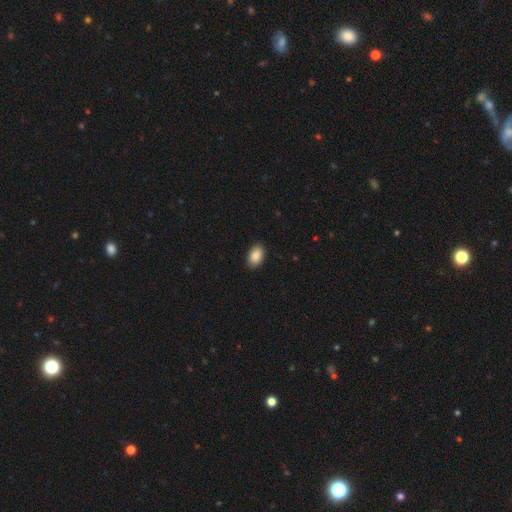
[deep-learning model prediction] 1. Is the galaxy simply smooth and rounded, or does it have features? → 89% smooth, 7% star or artifact, 4% featured or disk.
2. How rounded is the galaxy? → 91% in between, 8% round, 1% cigar-shaped.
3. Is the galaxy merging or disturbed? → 90% none, 8% minor disturbance, 2% major disturbance, 1% merger.